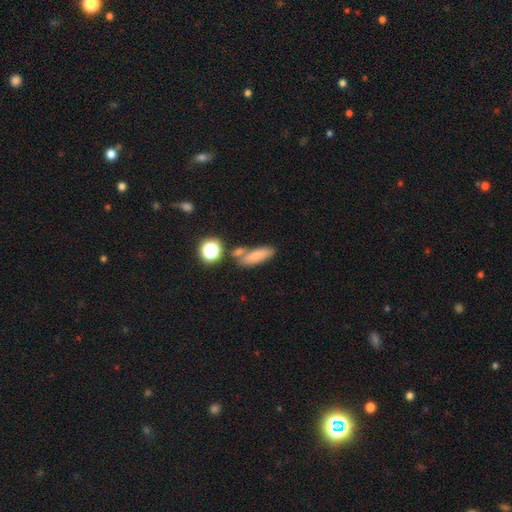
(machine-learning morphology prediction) Smooth or featured? smooth (77%)
How rounded? in between (59%)
Merging? none (59%)